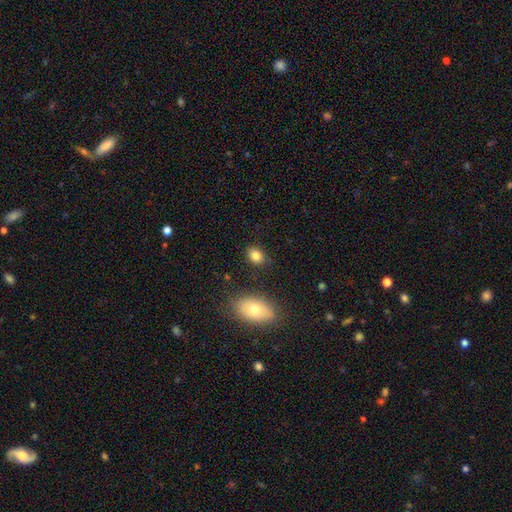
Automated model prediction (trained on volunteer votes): smooth-or-featured: smooth: 82% | star or artifact: 10% | featured or disk: 8%
  how-rounded: in between: 66% | round: 32% | cigar-shaped: 1%
  merging: none: 81% | minor disturbance: 12% | merger: 4% | major disturbance: 3%